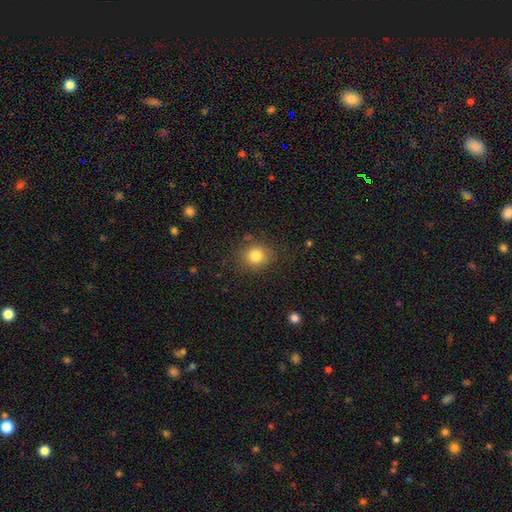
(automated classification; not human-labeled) A smooth galaxy with no disk features (82%) that is round (82%).

Vote fractions:
- Smooth or featured? smooth: 82% / star or artifact: 12% / featured or disk: 7%
- How rounded? round: 82% / in between: 17% / cigar-shaped: 1%
- Merging? none: 84% / minor disturbance: 10% / major disturbance: 4% / merger: 2%